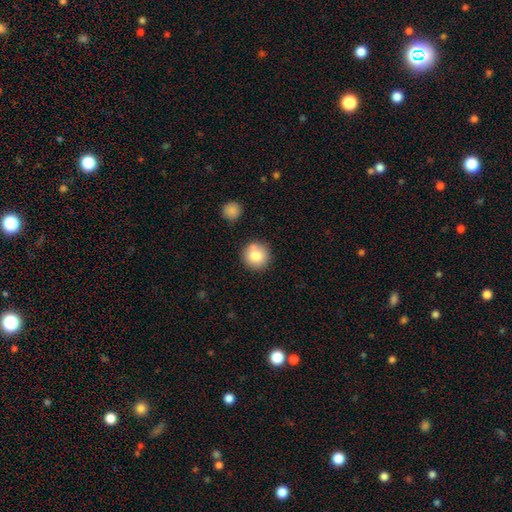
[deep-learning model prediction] Smooth or featured?
  - smooth: 81% *
  - featured or disk: 10%
  - star or artifact: 9%
How rounded?
  - round: 94% *
  - in between: 5%
  - cigar-shaped: 1%
Merging?
  - none: 81% *
  - minor disturbance: 9%
  - merger: 7%
  - major disturbance: 3%